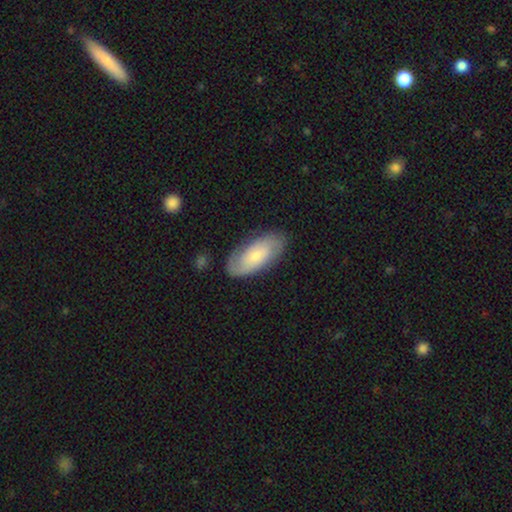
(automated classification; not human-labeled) smooth_or_featured: featured or disk (p=0.51) [alt: smooth p=0.43]
disk_edge_on: no (p=0.91) [alt: yes p=0.09]
merging: none (p=0.79) [alt: minor disturbance p=0.15]